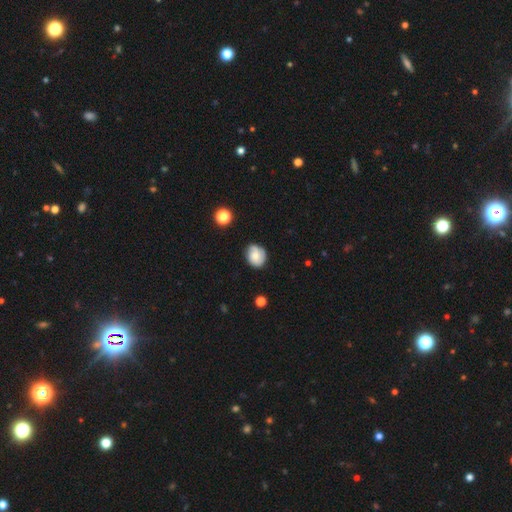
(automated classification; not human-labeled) The model was most divided on "smooth or featured": smooth: 54%, featured or disk: 37%, star or artifact: 9%. More confident: merging — none (68%); how rounded — round (58%).